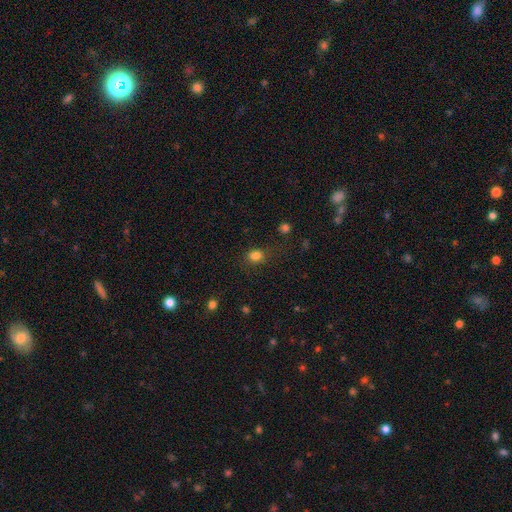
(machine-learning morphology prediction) The model was most divided on "how rounded": round: 52%, in between: 47%, cigar-shaped: 1%. More confident: smooth or featured — smooth (81%); merging — none (71%).